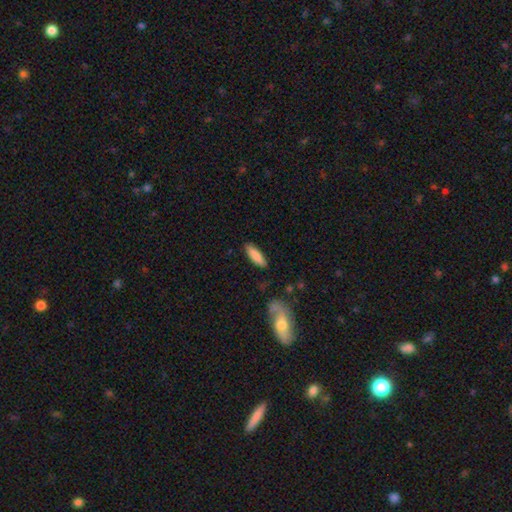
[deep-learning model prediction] A smooth galaxy with no disk features (83%) that is cigar-shaped (62%). Merging: none (86%).